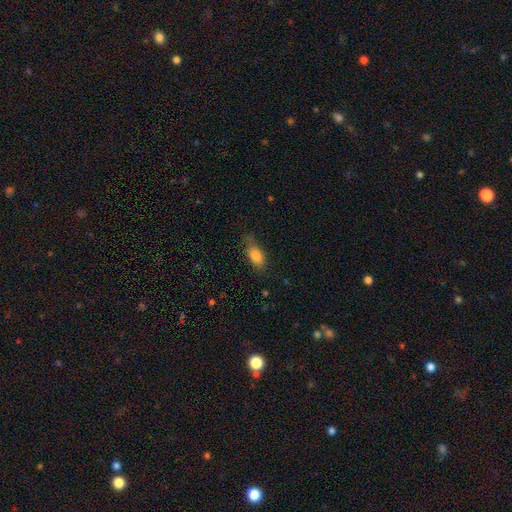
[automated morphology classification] Q: Smooth or featured?
A: smooth (83%); runner-up: featured or disk (10%)
Q: How rounded?
A: in between (85%); runner-up: cigar-shaped (10%)
Q: Merging?
A: none (63%); runner-up: minor disturbance (27%)